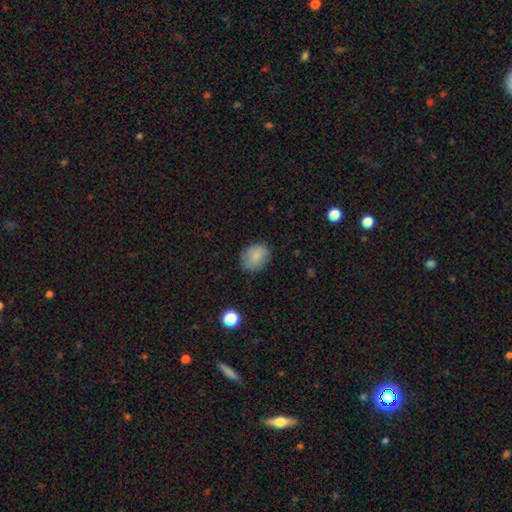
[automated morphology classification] smooth 83%, star or artifact 8%, featured or disk 8%. Down the decision tree: how rounded — in between (53%); merging — none (80%).